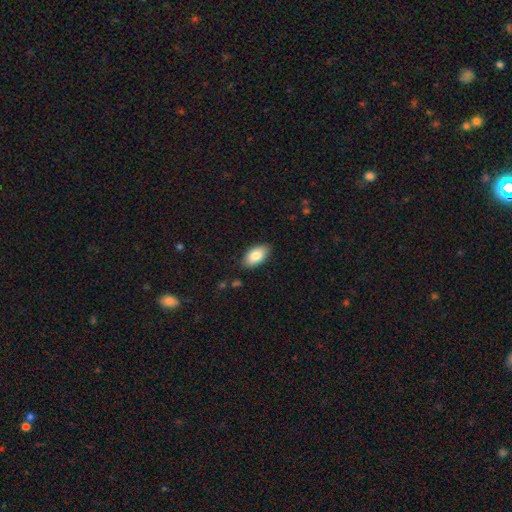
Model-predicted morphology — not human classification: A smooth galaxy with no disk features (83%) that is in between round and cigar-shaped (94%). Merging: none (86%).